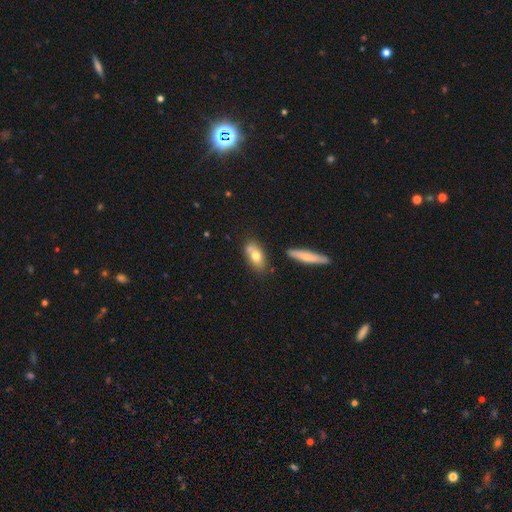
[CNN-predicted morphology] The model was most divided on "merging": none: 59%, merger: 21%, minor disturbance: 16%, major disturbance: 4%. More confident: how rounded — in between (80%); smooth or featured — smooth (68%).